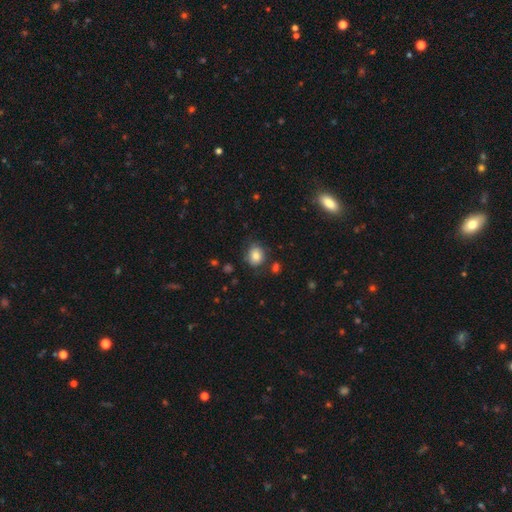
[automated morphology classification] type=smooth (77%); roundness=round (69%); merging=none (69%).